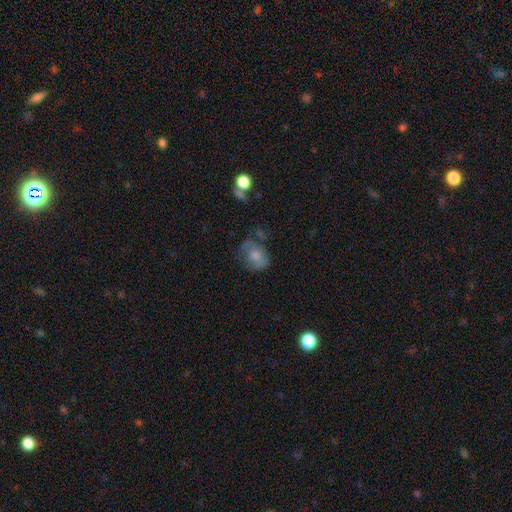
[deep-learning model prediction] Smooth or featured? smooth (61%)
How rounded? in between (50%)
Merging? none (47%)